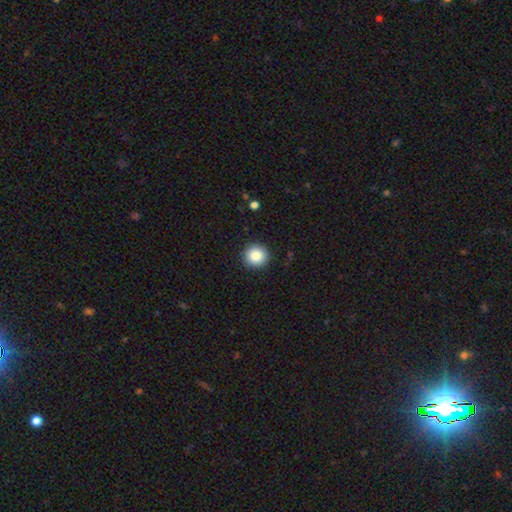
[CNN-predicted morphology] Q: Smooth or featured?
A: smooth (85%); runner-up: star or artifact (9%)
Q: How rounded?
A: round (95%); runner-up: in between (4%)
Q: Merging?
A: none (92%); runner-up: minor disturbance (6%)